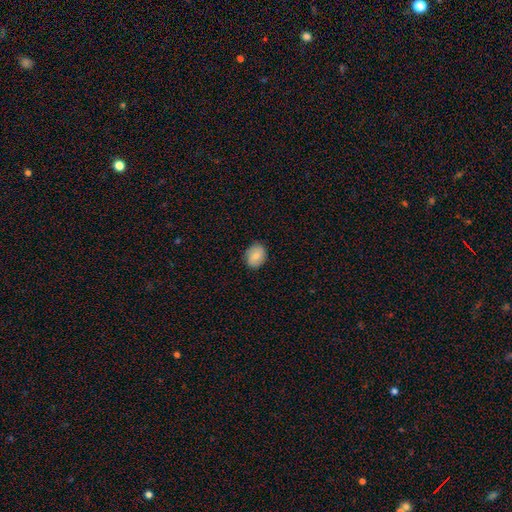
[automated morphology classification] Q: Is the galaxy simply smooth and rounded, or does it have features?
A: smooth — 79%.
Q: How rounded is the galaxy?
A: in between — 57%.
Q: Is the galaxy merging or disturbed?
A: none — 85%.